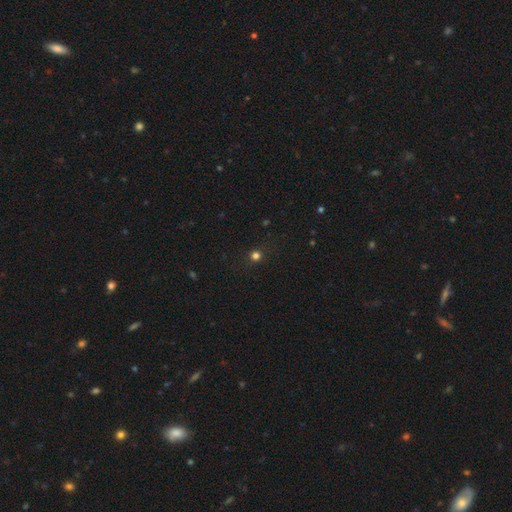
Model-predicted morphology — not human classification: smooth 71%, star or artifact 24%, featured or disk 5%. Down the decision tree: how rounded — round (92%); merging — none (88%).